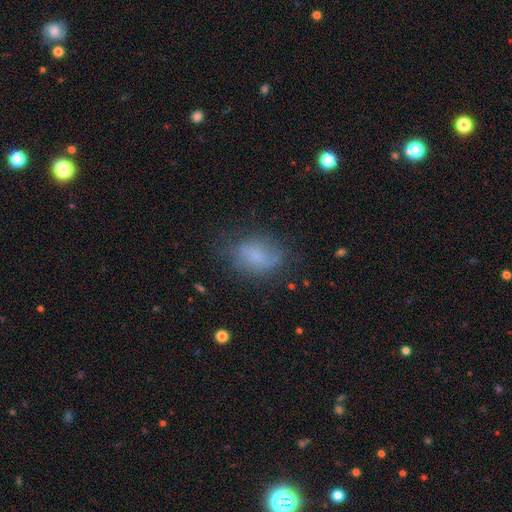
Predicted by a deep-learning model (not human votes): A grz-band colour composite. It shows a smooth galaxy with no disk features (70%) that is in between round and cigar-shaped (80%). Merging: none (63%).